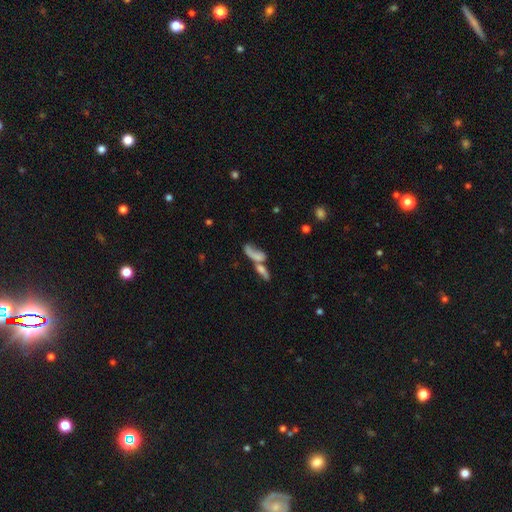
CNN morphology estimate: Smooth or featured? Predicted: smooth (p=0.56). How rounded? Predicted: in between (p=0.51). Merging? Predicted: merger (p=0.59).